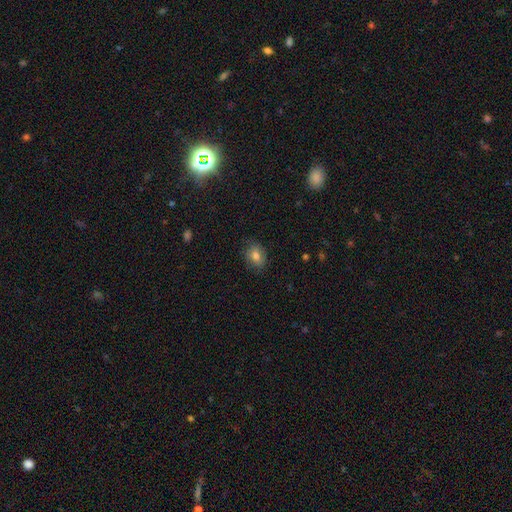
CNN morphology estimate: Q: Smooth or featured?
A: smooth (72%); runner-up: featured or disk (18%)
Q: How rounded?
A: in between (55%); runner-up: round (43%)
Q: Merging?
A: none (78%); runner-up: minor disturbance (17%)